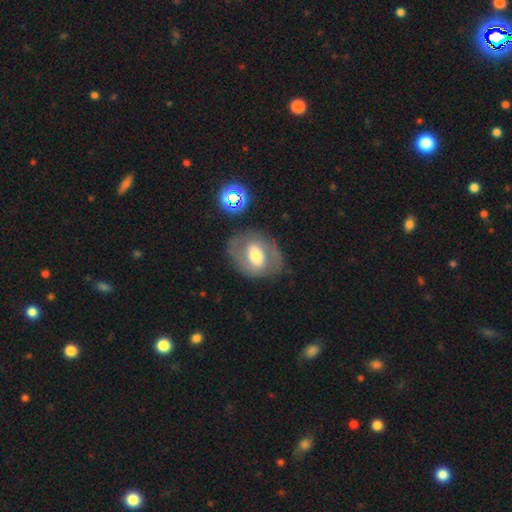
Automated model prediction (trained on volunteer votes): A featured or disk galaxy (57%) with a weak bar (38%), spiral arms (55%) and a moderate central bulge (60%).

Vote fractions:
- Smooth or featured? featured or disk: 57% / smooth: 35% / star or artifact: 8%
- Edge-on disk? no: 95% / yes: 5%
- Bar? weak: 38% / no: 34% / strong: 29%
- Spiral arms? yes: 55% / no: 45%
- Bulge size? moderate: 60% / large: 21% / small: 15% / dominant: 2% / none: 1%
- Merging? none: 72% / minor disturbance: 15% / major disturbance: 9% / merger: 4%